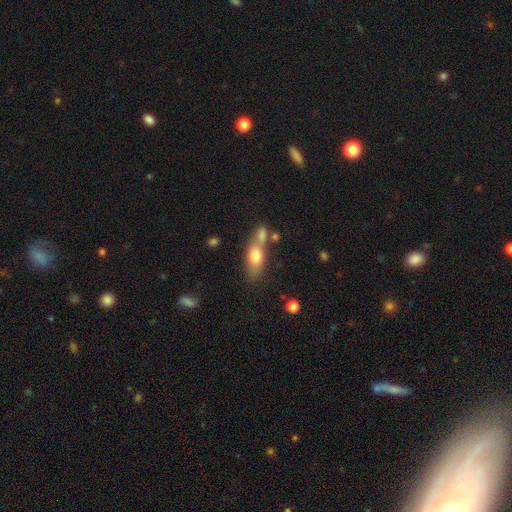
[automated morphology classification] type=smooth (73%); roundness=in between (75%); merging=none (43%).